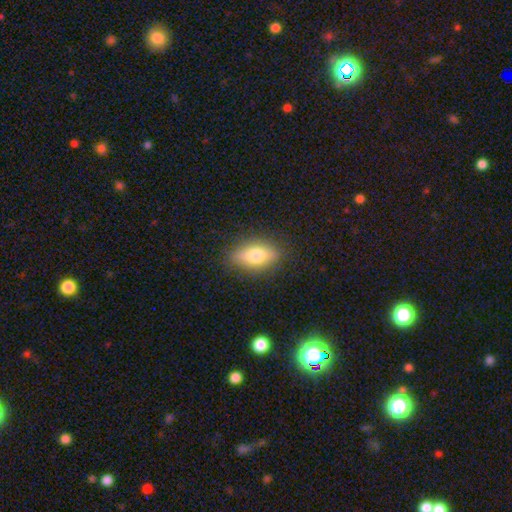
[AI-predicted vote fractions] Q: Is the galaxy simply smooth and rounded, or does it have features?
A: smooth — 70%.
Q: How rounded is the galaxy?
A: in between — 82%.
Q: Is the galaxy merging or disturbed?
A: none — 84%.